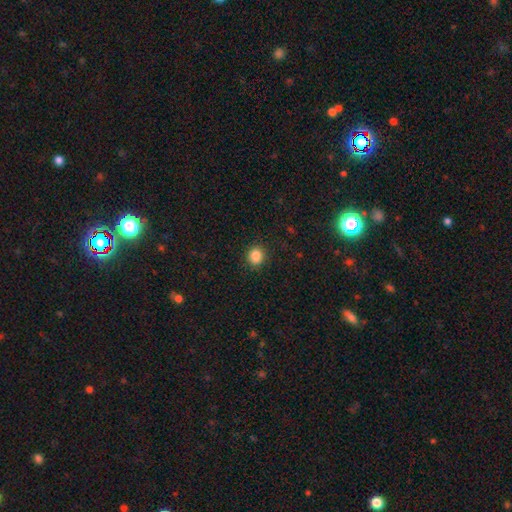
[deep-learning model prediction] smooth-or-featured: smooth: 85% | star or artifact: 11% | featured or disk: 4%
  how-rounded: round: 82% | in between: 17% | cigar-shaped: 1%
  merging: none: 89% | minor disturbance: 7% | major disturbance: 2% | merger: 1%